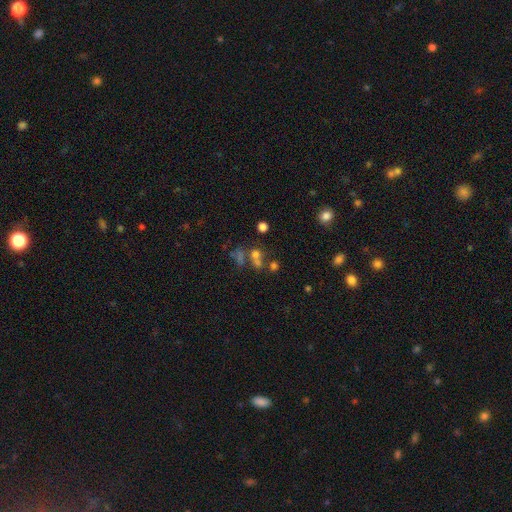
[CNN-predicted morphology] Smooth or featured? smooth (56%)
How rounded? round (70%)
Merging? none (42%)